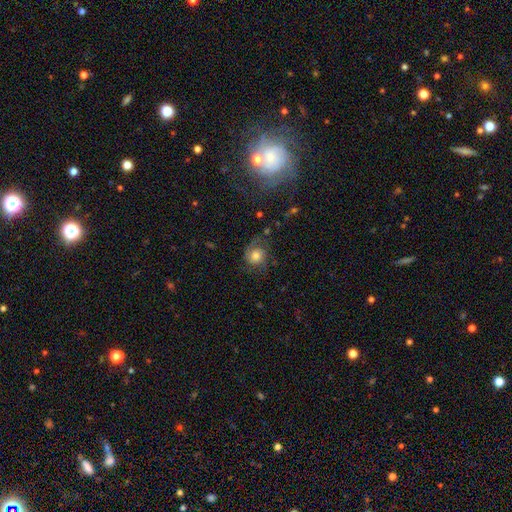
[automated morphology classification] This is possibly a featured or disk galaxy (54%). It is clearly not viewed edge-on (97%). Bar: likely no (76%). Spiral arm pattern: clearly yes (89%). Central bulge: possibly moderate (59%). Merging: likely none (60%).